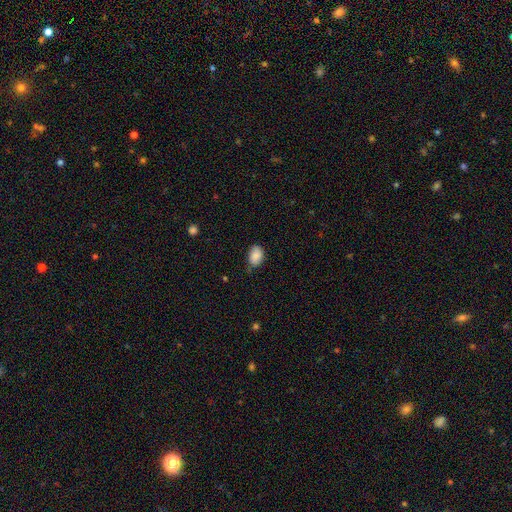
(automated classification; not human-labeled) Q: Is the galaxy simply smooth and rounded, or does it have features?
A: smooth — 87%.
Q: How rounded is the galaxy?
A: in between — 81%.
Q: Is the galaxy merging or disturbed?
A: none — 69%.